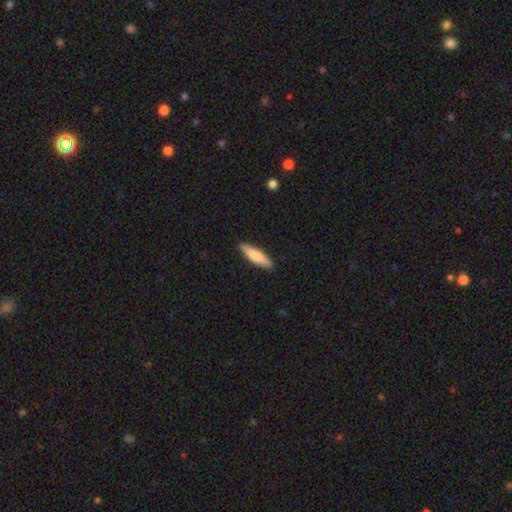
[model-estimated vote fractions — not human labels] smooth 75%, featured or disk 20%, star or artifact 5%. Down the decision tree: how rounded — cigar-shaped (74%); merging — none (89%).